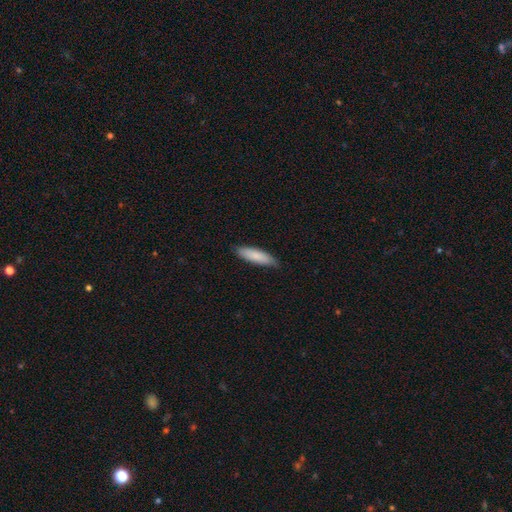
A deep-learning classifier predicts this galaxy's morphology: Smooth or featured? smooth (83%)
How rounded? cigar-shaped (60%)
Merging? none (81%)